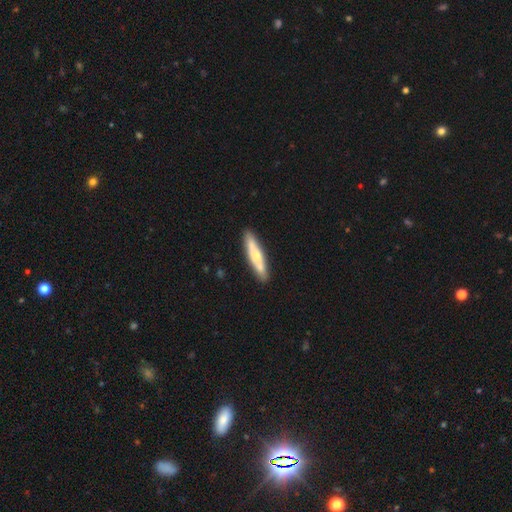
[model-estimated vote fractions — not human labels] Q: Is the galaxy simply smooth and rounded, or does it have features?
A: smooth — 55%.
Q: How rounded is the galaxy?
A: cigar-shaped — 87%.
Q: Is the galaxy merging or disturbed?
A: none — 84%.